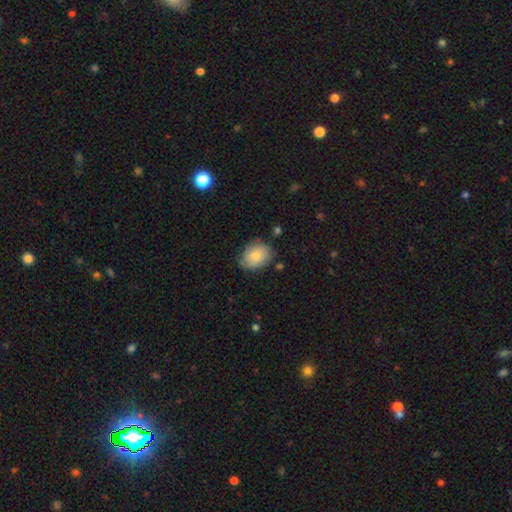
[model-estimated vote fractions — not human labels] Smooth or featured?
  - smooth: 75% *
  - featured or disk: 18%
  - star or artifact: 7%
How rounded?
  - in between: 61% *
  - round: 38%
  - cigar-shaped: 1%
Merging?
  - none: 70% *
  - minor disturbance: 24%
  - major disturbance: 4%
  - merger: 2%